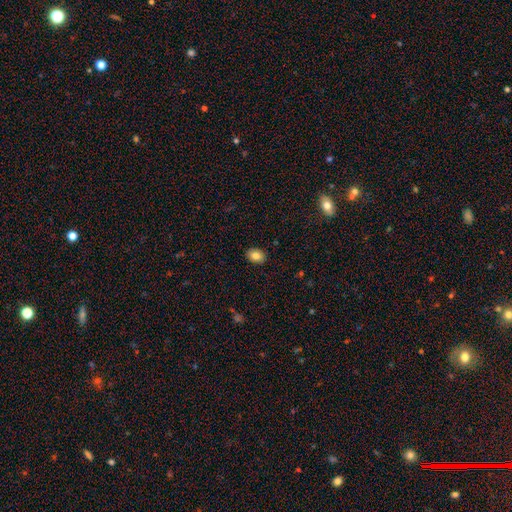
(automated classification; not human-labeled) smooth-or-featured: smooth: 84% | star or artifact: 8% | featured or disk: 8%
  how-rounded: in between: 74% | round: 25% | cigar-shaped: 1%
  merging: none: 89% | minor disturbance: 8% | major disturbance: 2% | merger: 1%